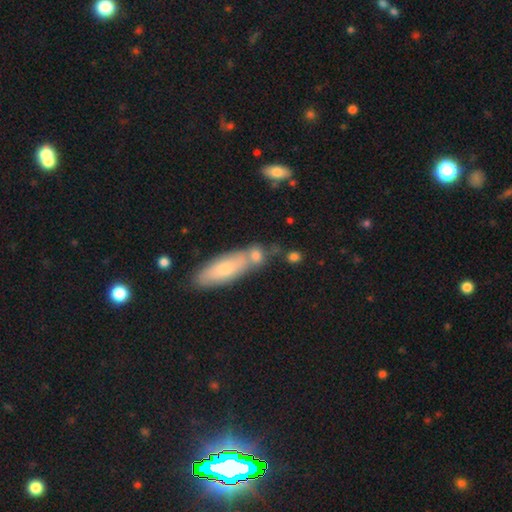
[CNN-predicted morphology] Q: Smooth or featured?
A: smooth (74%); runner-up: featured or disk (17%)
Q: How rounded?
A: in between (48%); runner-up: round (35%)
Q: Merging?
A: none (46%); runner-up: merger (37%)